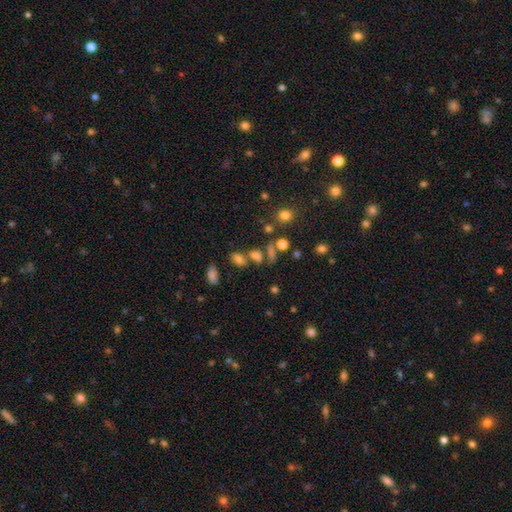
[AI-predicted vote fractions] Smooth or featured?
  - smooth: 58% *
  - star or artifact: 27%
  - featured or disk: 15%
How rounded?
  - in between: 68% *
  - round: 24%
  - cigar-shaped: 8%
Merging?
  - none: 48% *
  - merger: 30%
  - minor disturbance: 13%
  - major disturbance: 9%